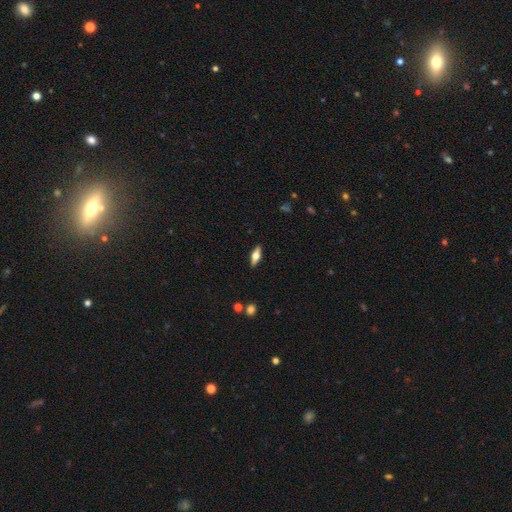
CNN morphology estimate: A smooth galaxy with no disk features (48%).

Vote fractions:
- Smooth or featured? smooth: 48% / featured or disk: 45% / star or artifact: 7%
- Merging? none: 89% / minor disturbance: 8% / major disturbance: 2% / merger: 1%